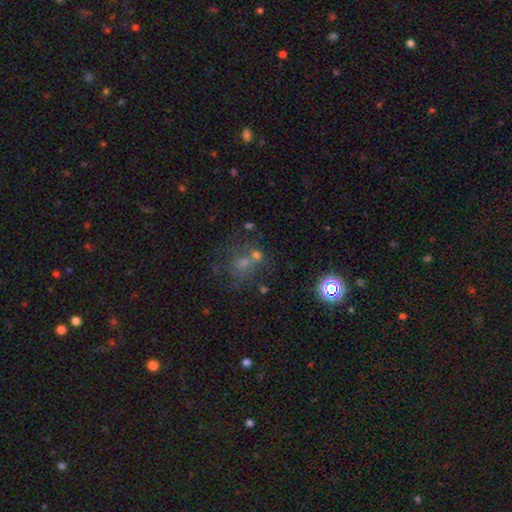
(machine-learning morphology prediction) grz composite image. It shows a smooth galaxy with no disk features (43%). Merging: none (47%).